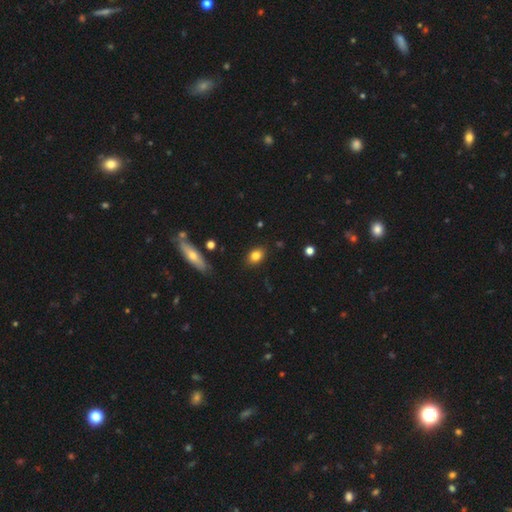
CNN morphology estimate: Smooth or featured? smooth (82%)
How rounded? in between (74%)
Merging? none (86%)